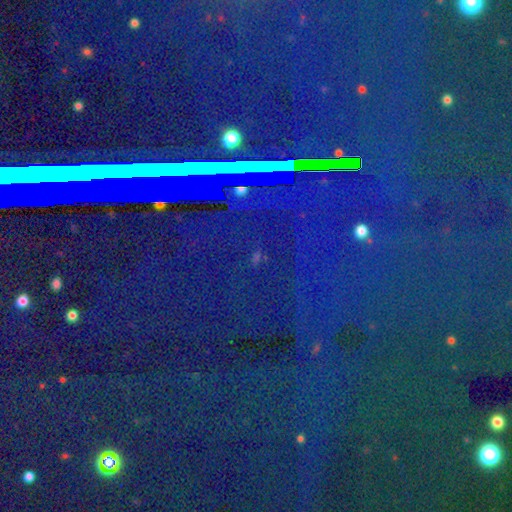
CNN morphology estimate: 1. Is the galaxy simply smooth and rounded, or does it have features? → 85% star or artifact, 7% smooth, 7% featured or disk.